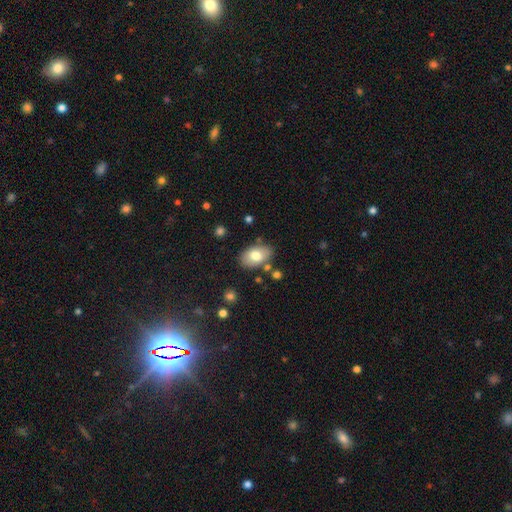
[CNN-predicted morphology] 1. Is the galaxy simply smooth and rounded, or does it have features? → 75% smooth, 17% featured or disk, 7% star or artifact.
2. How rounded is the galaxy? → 90% in between, 9% round, 1% cigar-shaped.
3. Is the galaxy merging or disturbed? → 79% none, 13% minor disturbance, 5% merger, 3% major disturbance.